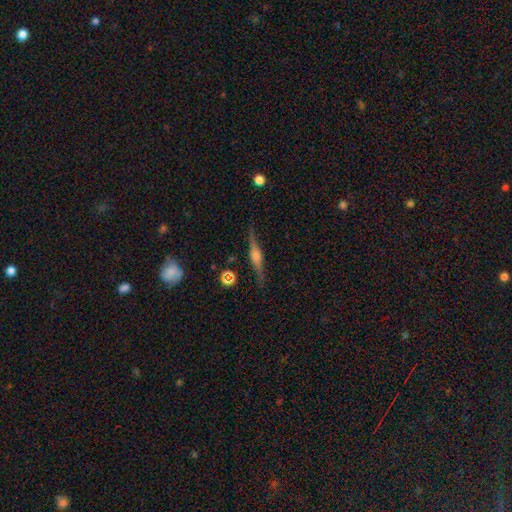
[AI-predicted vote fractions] featured or disk 76%, smooth 17%, star or artifact 7%. Down the decision tree: edge-on disk — yes (97%); edge-on bulge — rounded (80%); merging — none (87%).